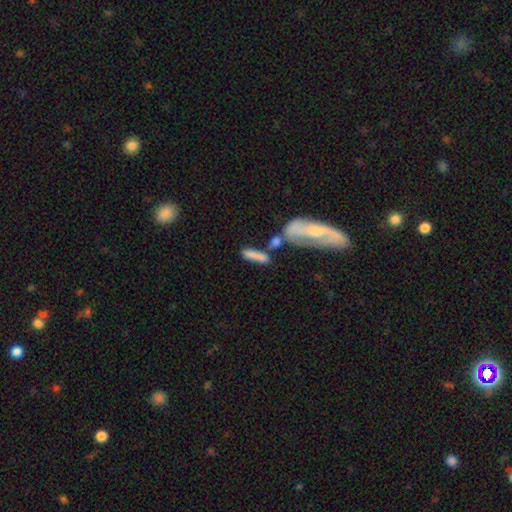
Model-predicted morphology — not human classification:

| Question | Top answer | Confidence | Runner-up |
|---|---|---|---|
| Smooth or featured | smooth | 74% | featured or disk (18%) |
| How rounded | cigar-shaped | 71% | in between (25%) |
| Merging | none | 40% | merger (36%) |